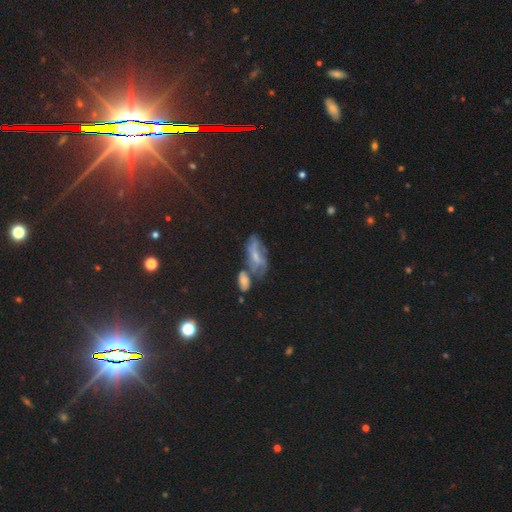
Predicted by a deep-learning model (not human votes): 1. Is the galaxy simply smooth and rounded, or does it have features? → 51% featured or disk, 31% smooth, 18% star or artifact.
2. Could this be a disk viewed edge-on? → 89% no, 11% yes.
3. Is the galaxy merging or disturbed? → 33% none, 27% merger, 20% minor disturbance, 19% major disturbance.